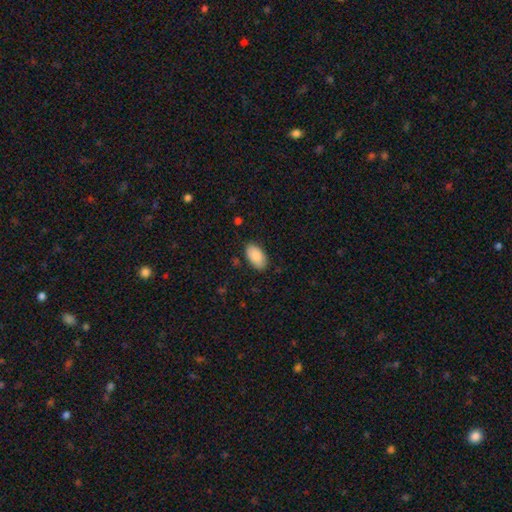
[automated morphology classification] Smooth or featured? Predicted: smooth (p=0.89). How rounded? Predicted: in between (p=0.95). Merging? Predicted: none (p=0.85).